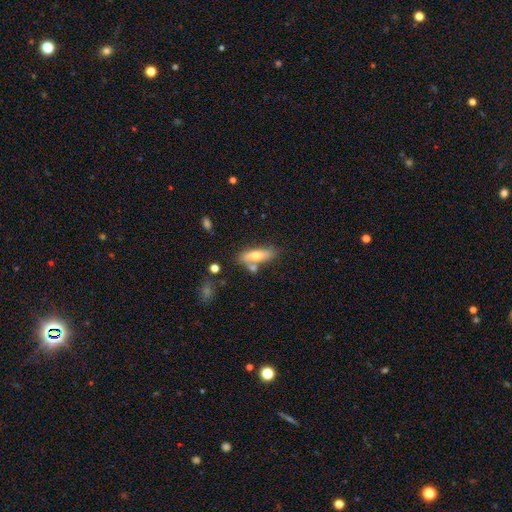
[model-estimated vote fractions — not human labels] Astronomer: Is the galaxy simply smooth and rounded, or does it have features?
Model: smooth — 61%.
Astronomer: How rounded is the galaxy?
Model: in between — 57% (runner-up: cigar-shaped, 40%).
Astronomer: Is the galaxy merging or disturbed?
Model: none — 56%.